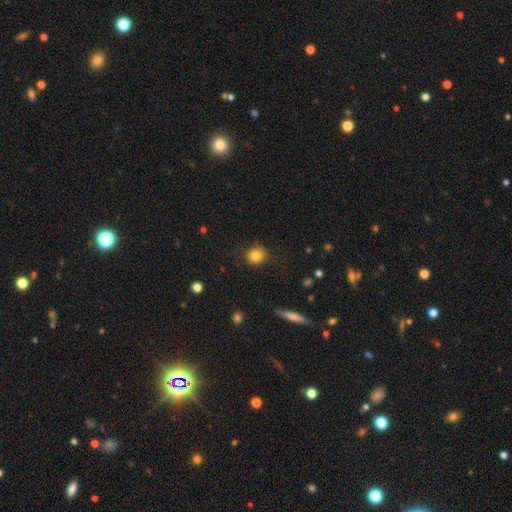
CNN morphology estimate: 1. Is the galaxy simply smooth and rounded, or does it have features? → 83% smooth, 10% star or artifact, 7% featured or disk.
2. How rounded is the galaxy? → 83% round, 16% in between, 1% cigar-shaped.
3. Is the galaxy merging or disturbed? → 84% none, 11% minor disturbance, 4% major disturbance, 1% merger.